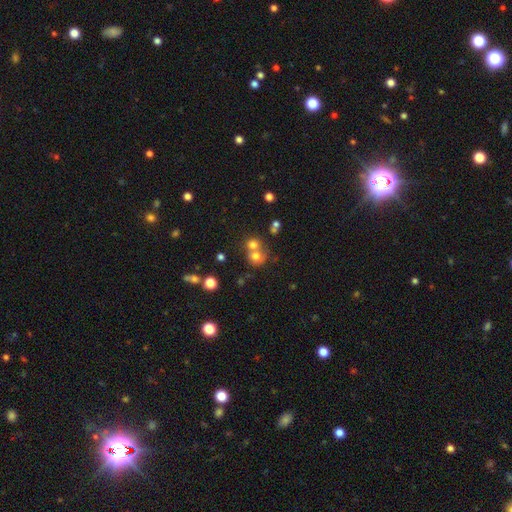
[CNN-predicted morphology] Smooth or featured: smooth — 68% (featured or disk — 17%)
How rounded: round — 79% (in between — 20%)
Merging: merger — 51% (none — 37%)